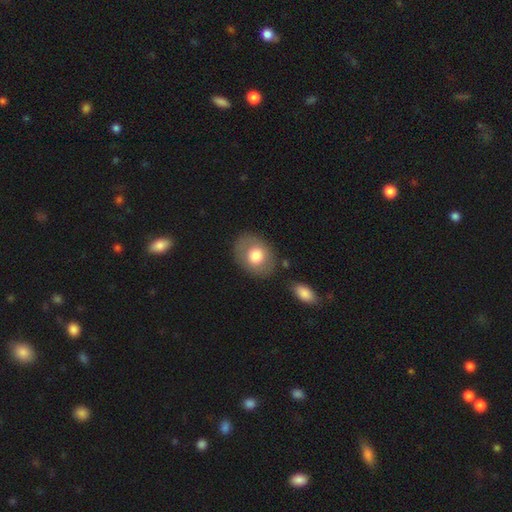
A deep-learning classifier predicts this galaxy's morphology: type=smooth (71%); roundness=in between (58%); merging=none (79%).